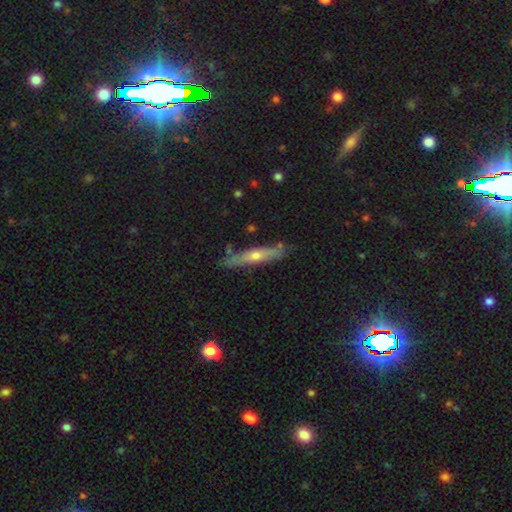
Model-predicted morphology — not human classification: Q: Smooth or featured?
A: featured or disk (53%); runner-up: smooth (40%)
Q: Edge-on disk?
A: yes (87%); runner-up: no (13%)
Q: Merging?
A: none (81%); runner-up: minor disturbance (14%)